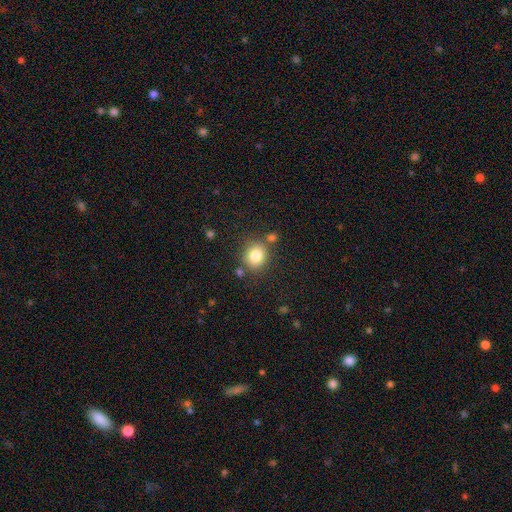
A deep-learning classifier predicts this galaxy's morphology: type=smooth (81%); roundness=round (79%); merging=none (75%).